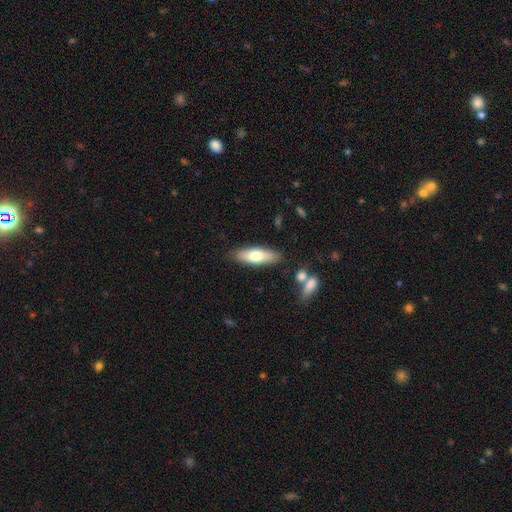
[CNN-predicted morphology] A smooth galaxy with no disk features (70%) that is in between round and cigar-shaped (53%). Merging: none (83%).